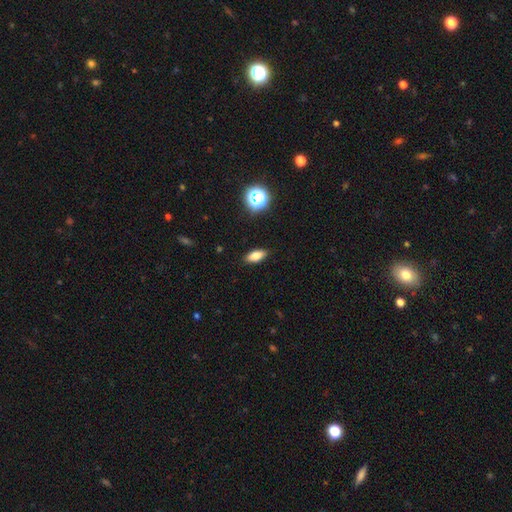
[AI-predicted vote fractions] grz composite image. It shows a smooth galaxy with no disk features (75%) that is in between round and cigar-shaped (79%). Merging: none (89%).